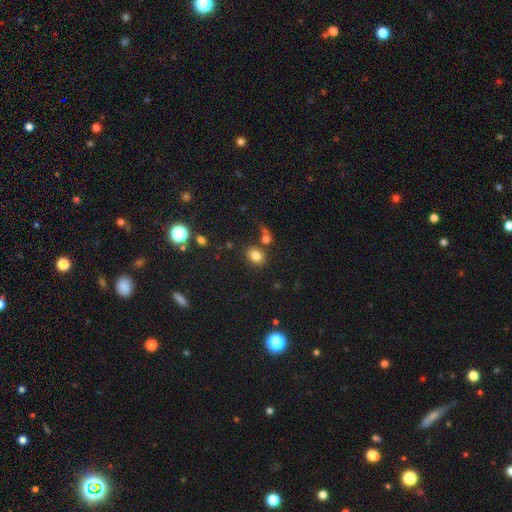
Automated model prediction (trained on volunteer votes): This appears to be a smooth galaxy with no disk features (80%) that is in between round and cigar-shaped (57%). Merging: none (75%).